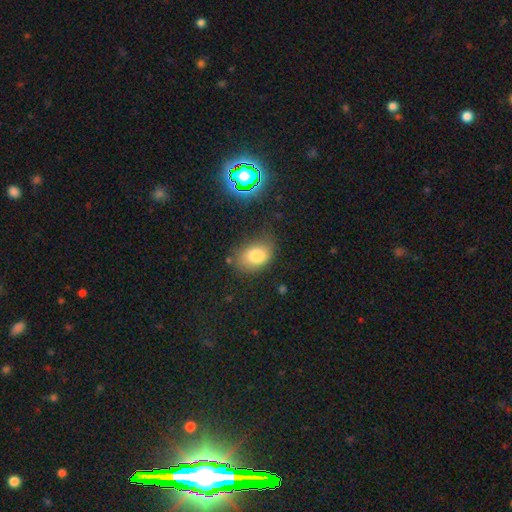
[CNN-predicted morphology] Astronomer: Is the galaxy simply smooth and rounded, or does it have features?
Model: smooth — 79%.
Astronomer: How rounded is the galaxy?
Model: in between — 76%.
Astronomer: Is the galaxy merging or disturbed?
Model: none — 66%.